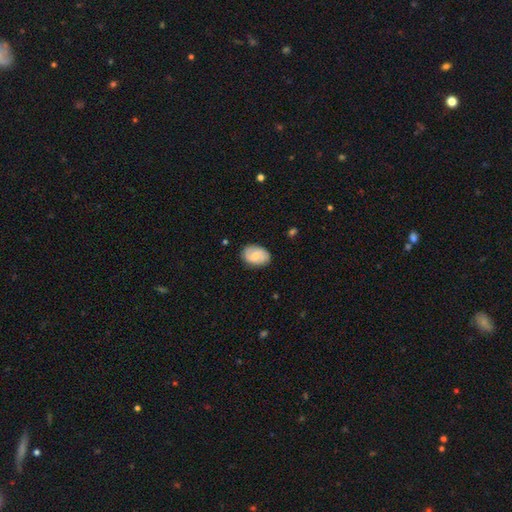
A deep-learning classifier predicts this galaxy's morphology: type=smooth (58%); roundness=in between (80%); merging=none (79%).